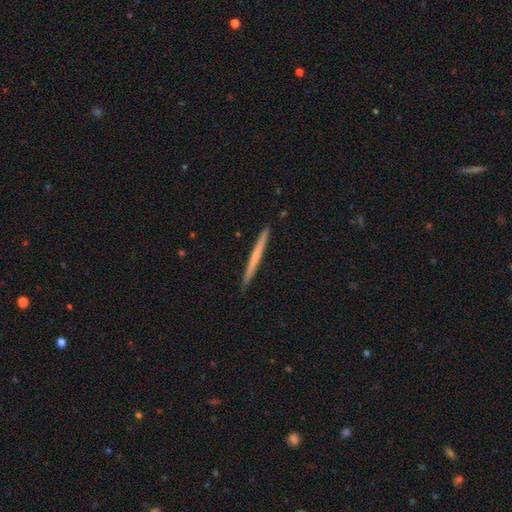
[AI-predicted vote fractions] Smooth or featured? Predicted: smooth (p=0.48). Merging? Predicted: none (p=0.93).